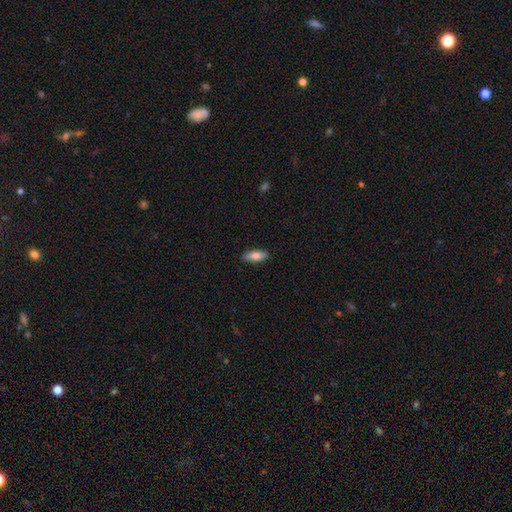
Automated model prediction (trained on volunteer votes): Smooth or featured?
  - smooth: 81% *
  - featured or disk: 12%
  - star or artifact: 6%
How rounded?
  - in between: 73% *
  - cigar-shaped: 24%
  - round: 2%
Merging?
  - none: 88% *
  - minor disturbance: 9%
  - major disturbance: 2%
  - merger: 1%